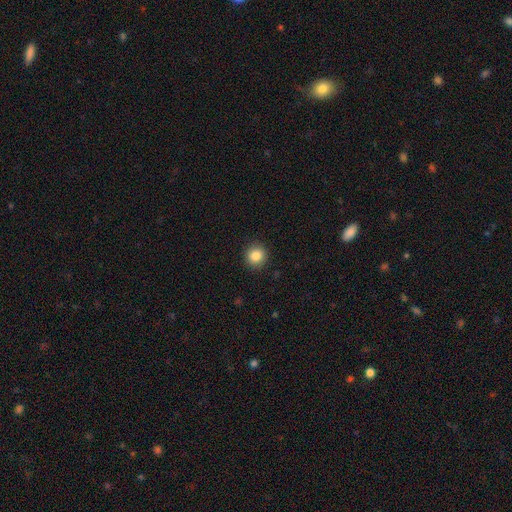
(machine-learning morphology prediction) smooth_or_featured: smooth (p=0.86) [alt: star or artifact p=0.09]
how_rounded: round (p=0.91) [alt: in between p=0.09]
merging: none (p=0.91) [alt: minor disturbance p=0.06]